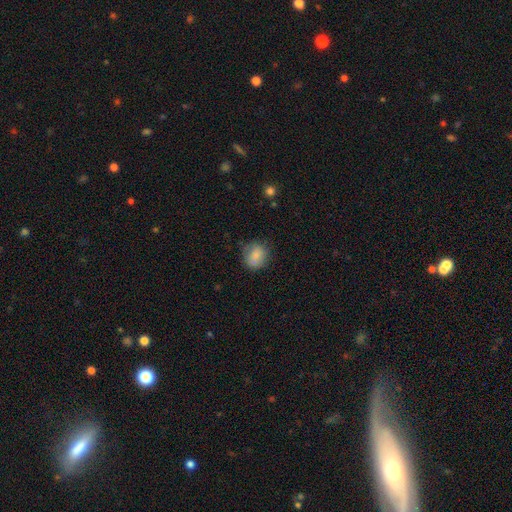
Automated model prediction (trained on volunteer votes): Smooth or featured? Predicted: smooth (p=0.82). How rounded? Predicted: round (p=0.71). Merging? Predicted: none (p=0.72).